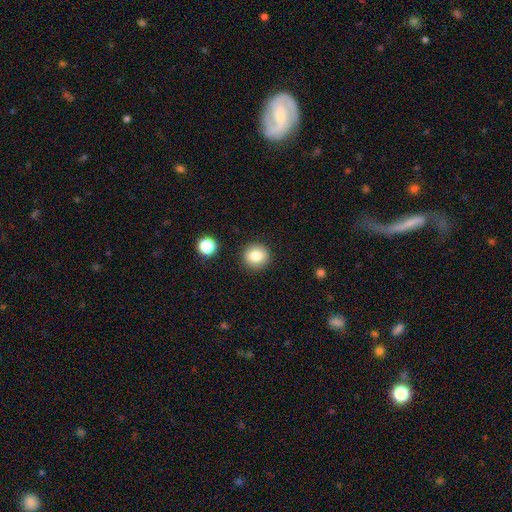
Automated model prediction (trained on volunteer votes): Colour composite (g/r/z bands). It shows a smooth galaxy with no disk features (81%) that is round (92%). Merging: none (90%).